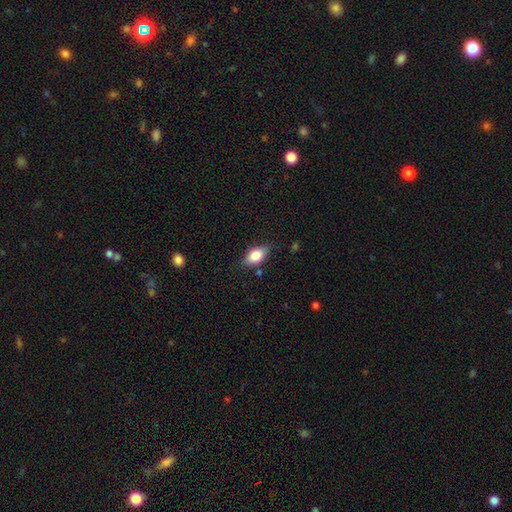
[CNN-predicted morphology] Smooth or featured?
  - smooth: 79% *
  - featured or disk: 13%
  - star or artifact: 8%
How rounded?
  - in between: 87% *
  - round: 9%
  - cigar-shaped: 5%
Merging?
  - none: 79% *
  - minor disturbance: 16%
  - major disturbance: 3%
  - merger: 2%